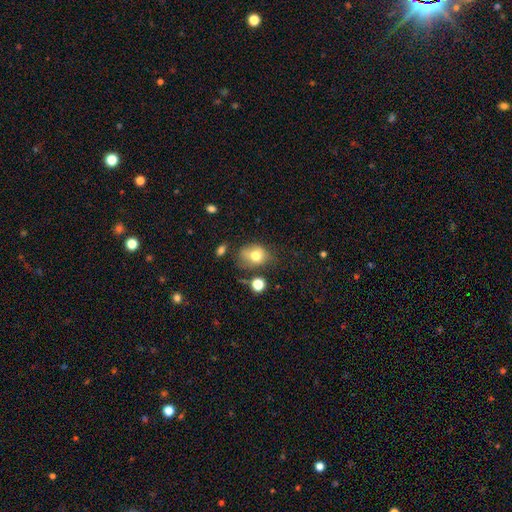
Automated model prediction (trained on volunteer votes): Smooth or featured?
  - smooth: 73% *
  - featured or disk: 16%
  - star or artifact: 11%
How rounded?
  - in between: 56% *
  - round: 42%
  - cigar-shaped: 1%
Merging?
  - none: 50% *
  - minor disturbance: 29%
  - major disturbance: 12%
  - merger: 8%